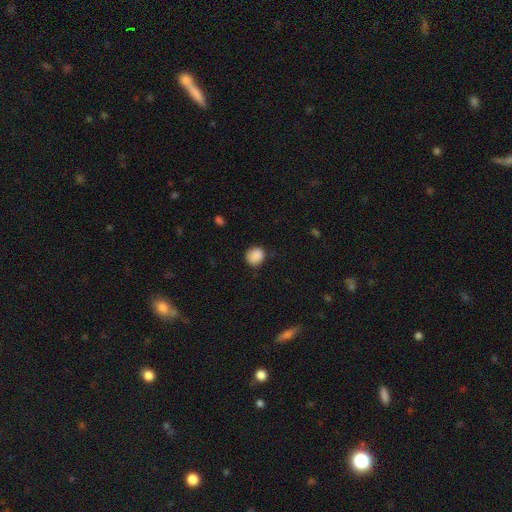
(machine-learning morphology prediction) This is clearly a smooth galaxy (88%). How rounded: clearly round (80%). Merging: likely none (77%).